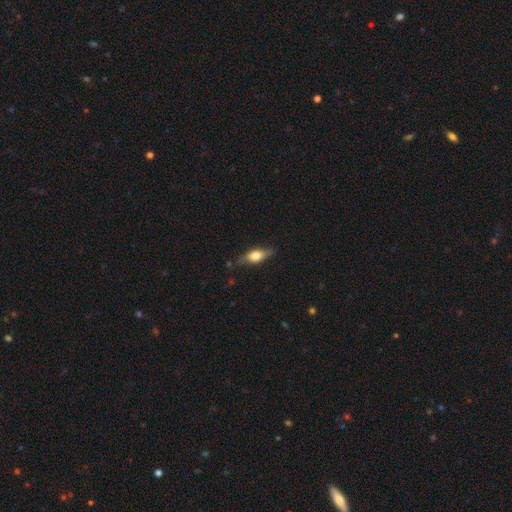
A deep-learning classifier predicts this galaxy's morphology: A smooth galaxy with no disk features (56%) that is in between round and cigar-shaped (69%).

Vote fractions:
- Smooth or featured? smooth: 56% / featured or disk: 37% / star or artifact: 7%
- How rounded? in between: 69% / cigar-shaped: 27% / round: 4%
- Merging? none: 76% / minor disturbance: 19% / major disturbance: 4% / merger: 2%